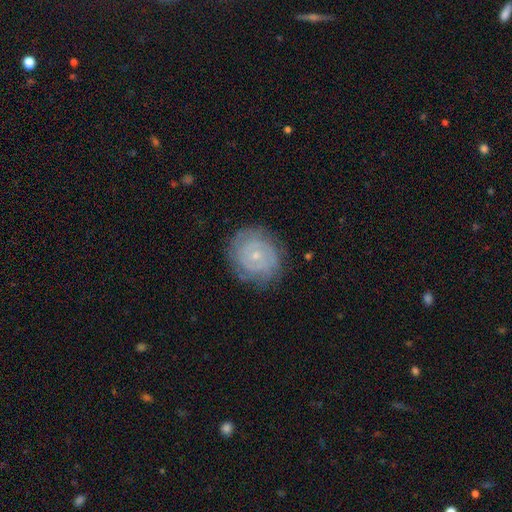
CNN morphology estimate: smooth_or_featured: featured or disk (p=0.77) [alt: smooth p=0.16]
disk_edge_on: no (p=0.98) [alt: yes p=0.02]
bar: no (p=0.75) [alt: weak p=0.21]
has_spiral_arms: yes (p=0.92) [alt: no p=0.08]
spiral_winding: tight (p=0.79) [alt: medium p=0.17]
spiral_arm_count: 2 (p=0.35) [alt: can't tell p=0.34]
bulge_size: small (p=0.77) [alt: moderate p=0.19]
merging: none (p=0.81) [alt: minor disturbance p=0.14]